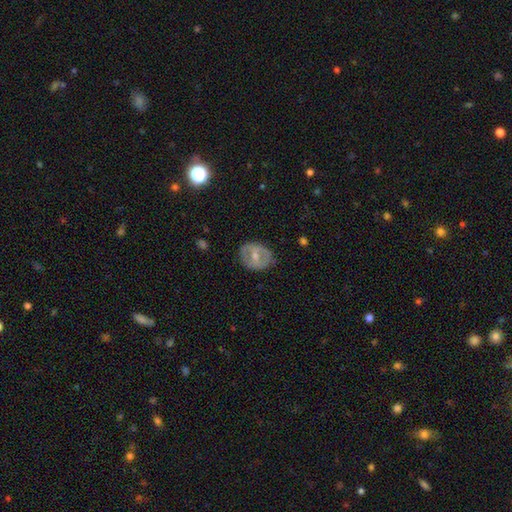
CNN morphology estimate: Q: Smooth or featured?
A: featured or disk (57%); runner-up: smooth (37%)
Q: Edge-on disk?
A: no (95%); runner-up: yes (5%)
Q: Bar?
A: weak (40%); runner-up: no (31%)
Q: Spiral arms?
A: no (70%); runner-up: yes (30%)
Q: Bulge size?
A: moderate (61%); runner-up: small (33%)
Q: Merging?
A: none (77%); runner-up: minor disturbance (17%)